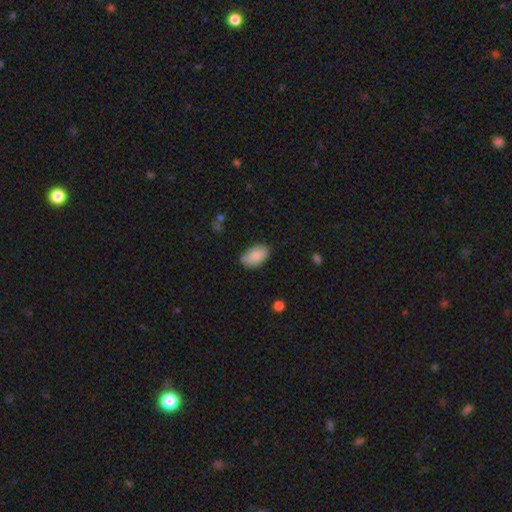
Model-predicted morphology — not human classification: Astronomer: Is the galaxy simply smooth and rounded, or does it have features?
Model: smooth — 84%.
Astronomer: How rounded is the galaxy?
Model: in between — 93%.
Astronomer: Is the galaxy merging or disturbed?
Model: none — 72%.